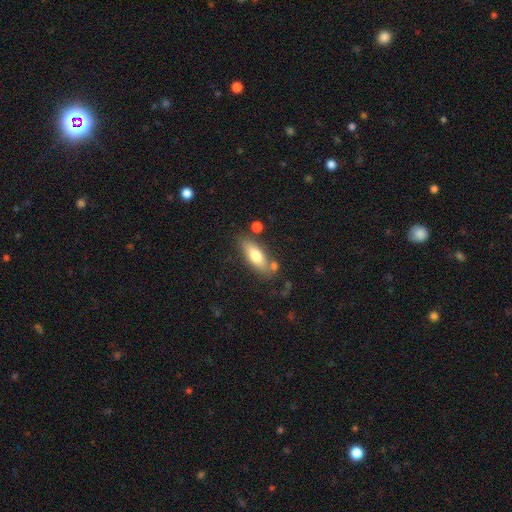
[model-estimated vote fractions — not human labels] smooth-or-featured: smooth: 70% | featured or disk: 24% | star or artifact: 6%
  how-rounded: in between: 66% | cigar-shaped: 31% | round: 3%
  merging: none: 72% | minor disturbance: 15% | merger: 8% | major disturbance: 4%